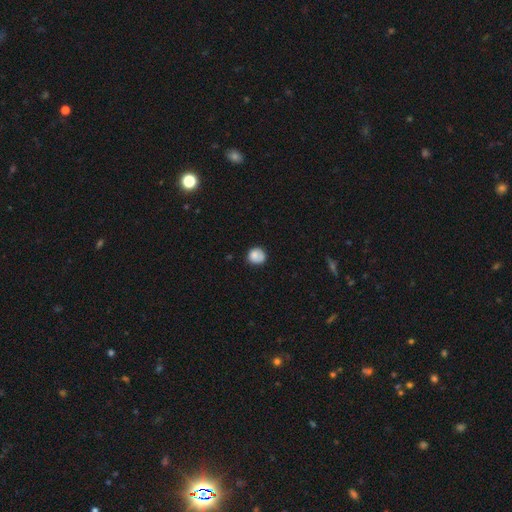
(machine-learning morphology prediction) smooth 79%, featured or disk 13%, star or artifact 9%. Down the decision tree: how rounded — round (84%); merging — none (71%).